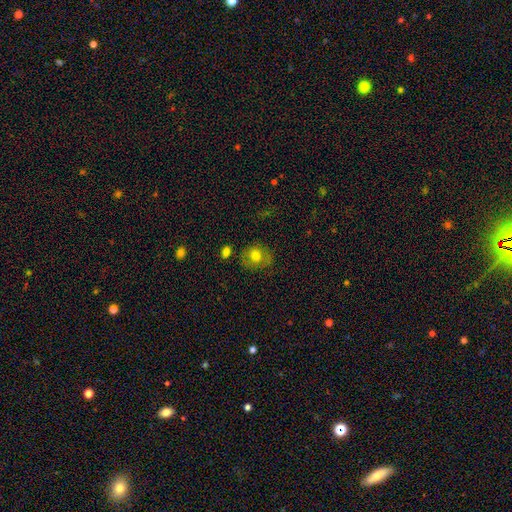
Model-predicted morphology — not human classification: type=smooth (68%); roundness=round (73%); merging=none (76%).